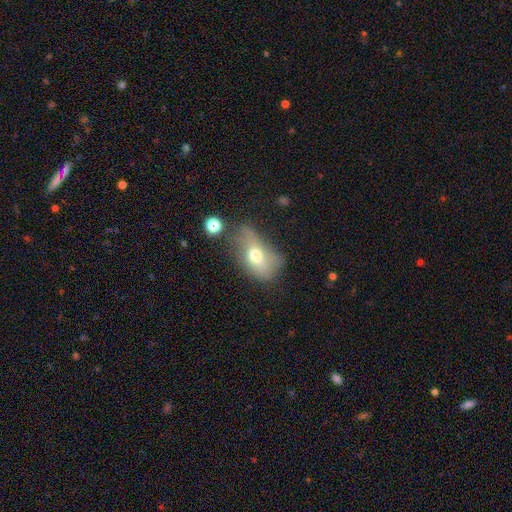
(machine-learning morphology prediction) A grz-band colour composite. It shows a smooth galaxy with no disk features (57%) that is in between round and cigar-shaped (83%). Merging: minor disturbance (32%).